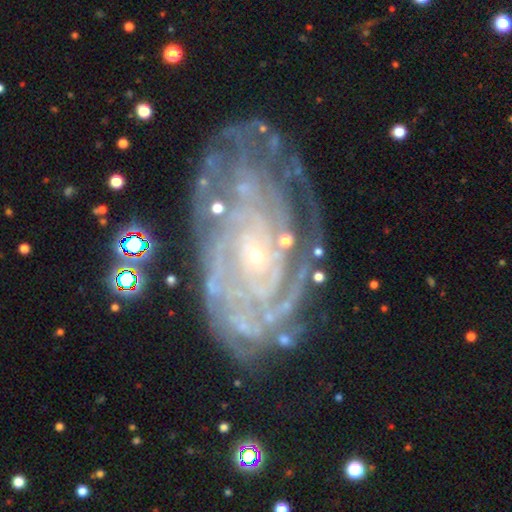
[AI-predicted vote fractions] Morphology: type=featured or disk (87%); edge-on=no (95%); bar=no (73%); spiral arms=yes (95%); winding=tight (81%); arm count=can't tell (36%); bulge=small (85%); merging=none (70%).